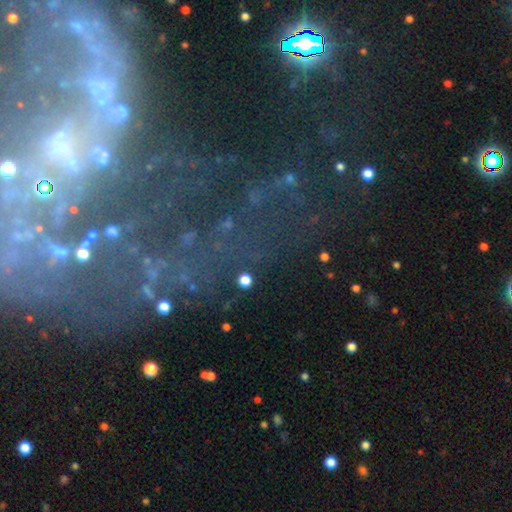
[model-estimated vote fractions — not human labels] Smooth or featured?
  - star or artifact: 45% *
  - featured or disk: 41%
  - smooth: 14%